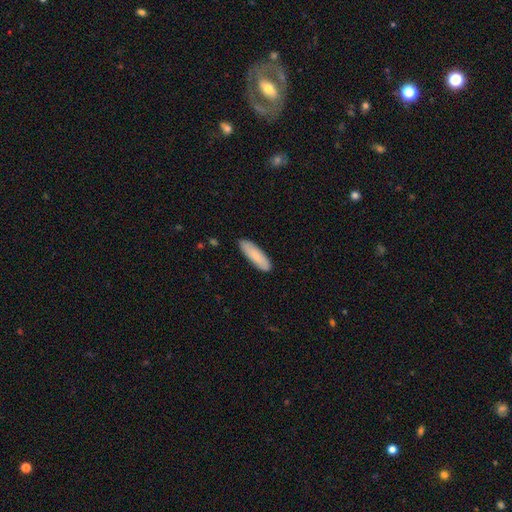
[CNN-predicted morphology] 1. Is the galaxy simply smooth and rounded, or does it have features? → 82% smooth, 12% featured or disk, 5% star or artifact.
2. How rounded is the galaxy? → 59% cigar-shaped, 39% in between, 1% round.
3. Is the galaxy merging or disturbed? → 89% none, 9% minor disturbance, 2% major disturbance, 1% merger.